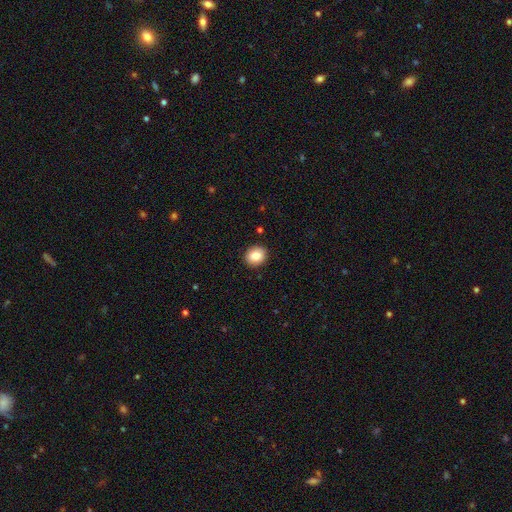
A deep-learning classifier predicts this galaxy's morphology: Smooth or featured: smooth — 84% (star or artifact — 9%)
How rounded: round — 78% (in between — 21%)
Merging: none — 91% (minor disturbance — 6%)